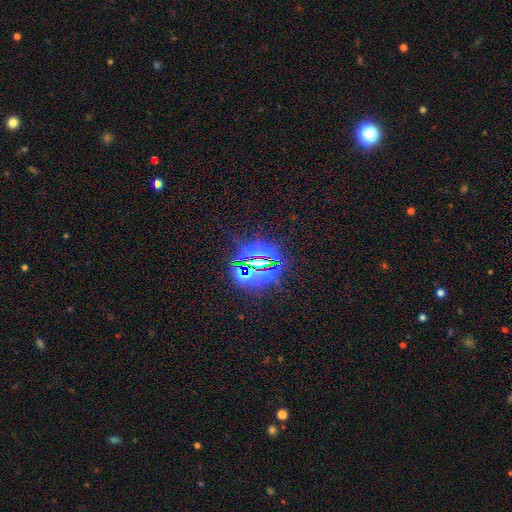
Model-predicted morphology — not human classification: Smooth or featured?
  - star or artifact: 84% *
  - smooth: 8%
  - featured or disk: 8%